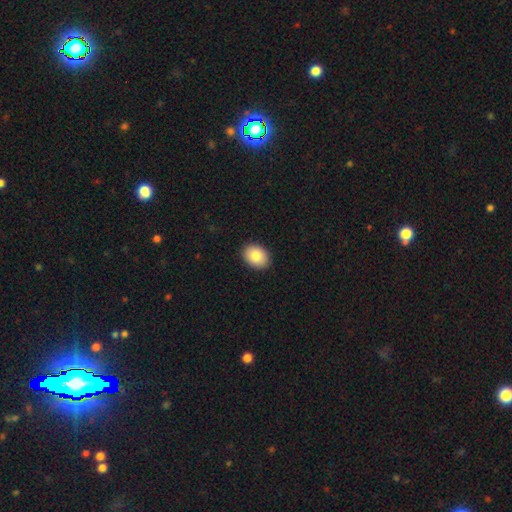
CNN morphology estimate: This is clearly a smooth galaxy (84%). How rounded: likely in between (68%). Merging: clearly none (91%).